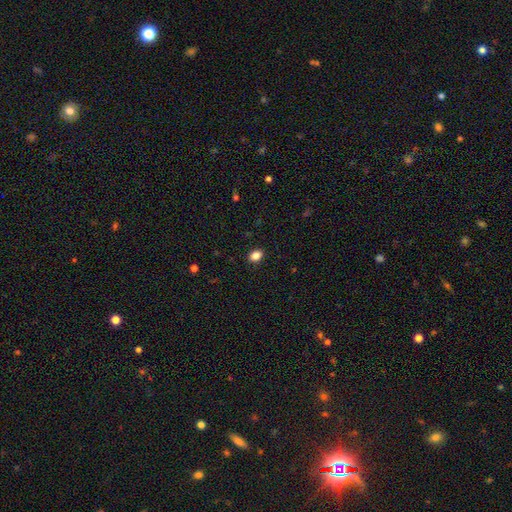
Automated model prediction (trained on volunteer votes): Smooth or featured? Predicted: smooth (p=0.86). How rounded? Predicted: in between (p=0.71). Merging? Predicted: none (p=0.90).